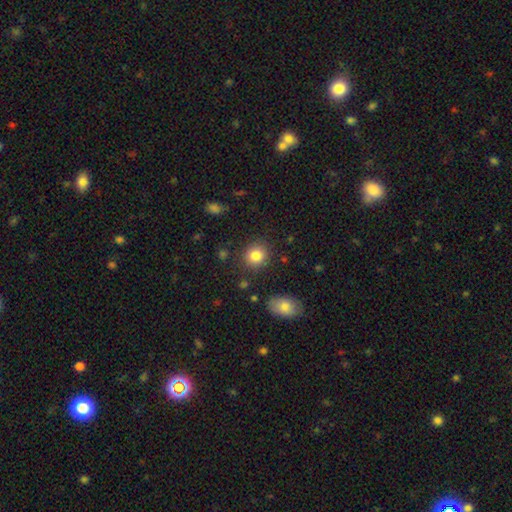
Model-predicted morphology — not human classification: Smooth or featured? Predicted: smooth (p=0.84). How rounded? Predicted: round (p=0.82). Merging? Predicted: none (p=0.86).